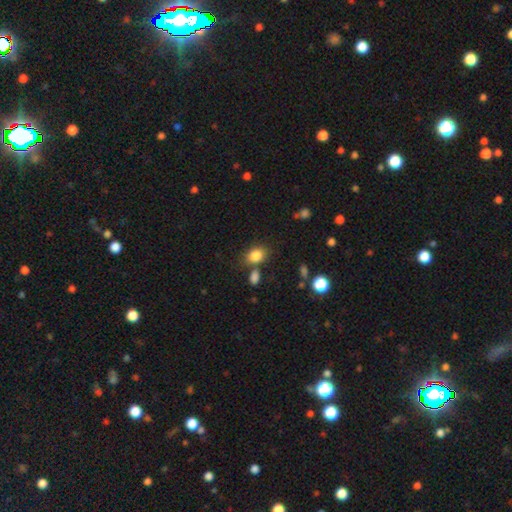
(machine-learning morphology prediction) Q: Smooth or featured?
A: smooth (84%); runner-up: star or artifact (10%)
Q: How rounded?
A: in between (60%); runner-up: round (39%)
Q: Merging?
A: none (62%); runner-up: merger (17%)